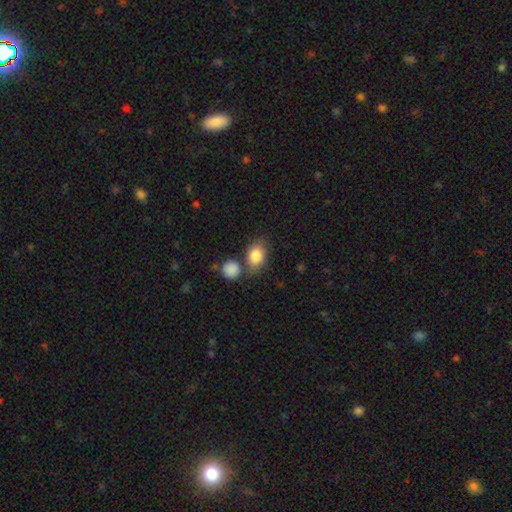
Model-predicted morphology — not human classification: Q: Smooth or featured?
A: smooth (85%); runner-up: featured or disk (8%)
Q: How rounded?
A: in between (77%); runner-up: round (21%)
Q: Merging?
A: none (61%); runner-up: merger (19%)